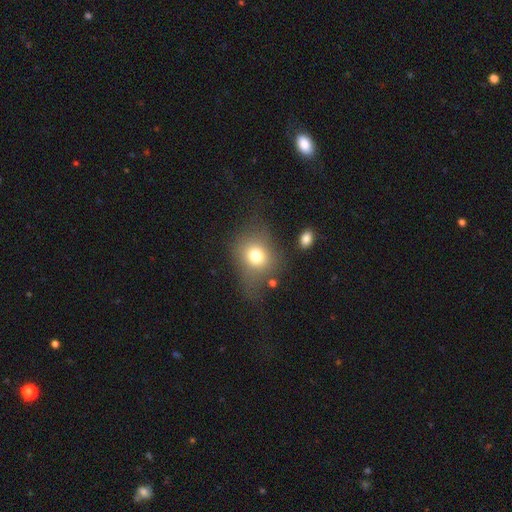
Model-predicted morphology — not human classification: A smooth galaxy with no disk features (74%) that is round (59%). Merging: none (52%).